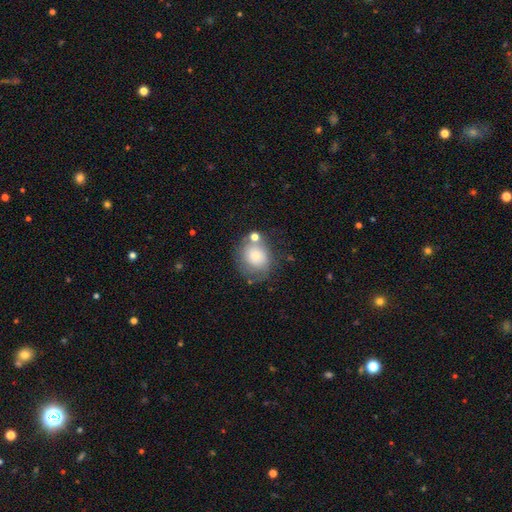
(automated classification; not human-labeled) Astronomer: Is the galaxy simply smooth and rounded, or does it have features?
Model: smooth — 69%.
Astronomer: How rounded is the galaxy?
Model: round — 69%.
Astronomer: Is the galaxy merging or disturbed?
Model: none — 56%.